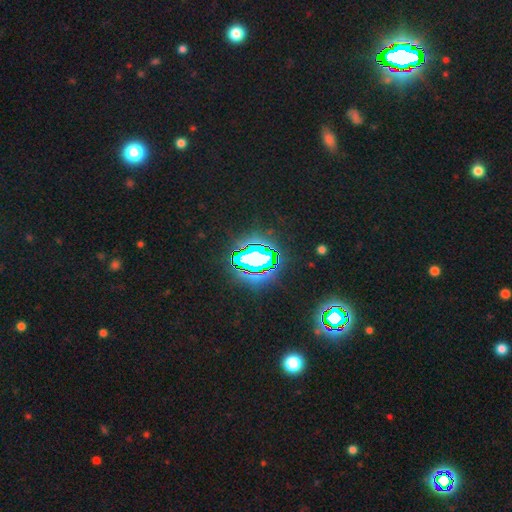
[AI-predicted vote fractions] This appears to be a star or artifact, not a galaxy (72%).